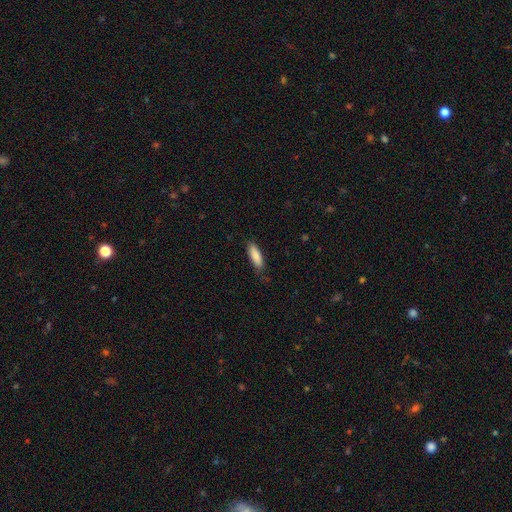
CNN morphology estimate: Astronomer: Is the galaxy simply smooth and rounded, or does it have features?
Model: smooth — 86%.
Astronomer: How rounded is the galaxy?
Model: in between — 54% (runner-up: cigar-shaped, 45%).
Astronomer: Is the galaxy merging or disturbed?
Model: none — 78%.